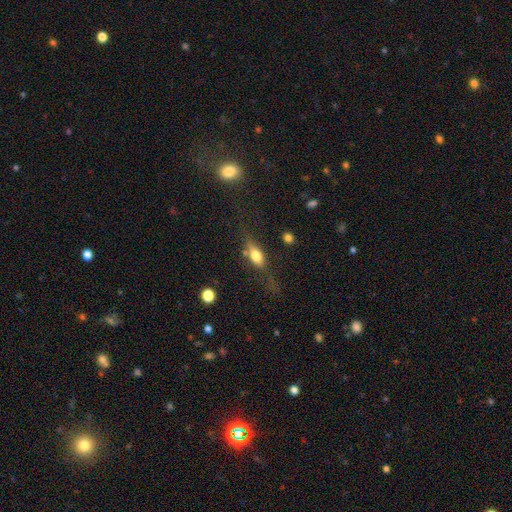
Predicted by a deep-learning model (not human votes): A smooth galaxy with no disk features (67%) that is in between round and cigar-shaped (74%). Merging: none (53%).